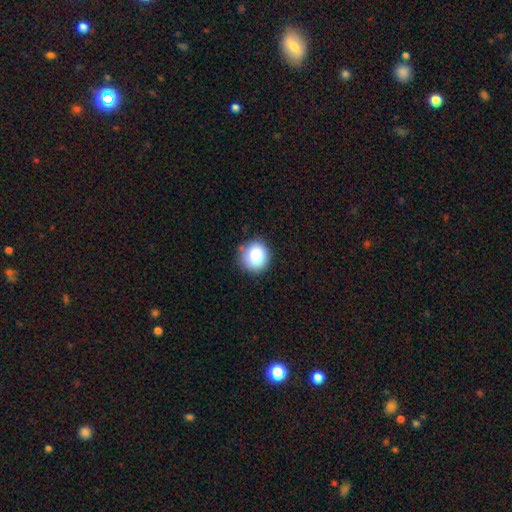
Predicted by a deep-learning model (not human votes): Smooth or featured? Predicted: smooth (p=0.85). How rounded? Predicted: round (p=0.85). Merging? Predicted: none (p=0.85).